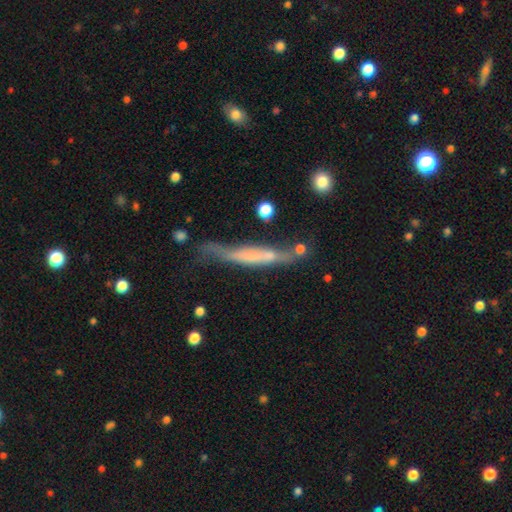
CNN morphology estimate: smooth_or_featured: featured or disk (p=0.53) [alt: smooth p=0.39]
disk_edge_on: yes (p=0.87) [alt: no p=0.13]
merging: none (p=0.53) [alt: minor disturbance p=0.28]